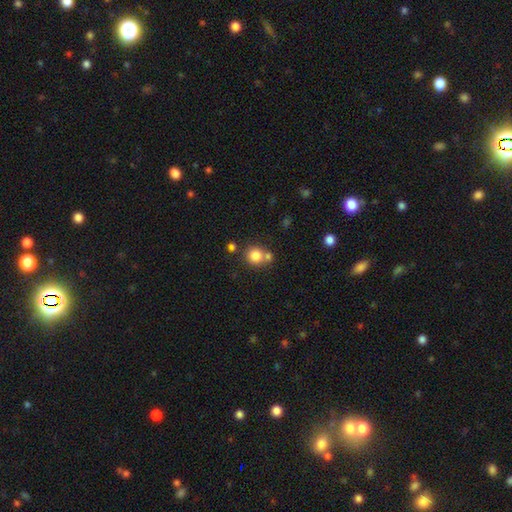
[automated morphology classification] A smooth galaxy with no disk features (81%) that is round (87%). Merging: none (59%).